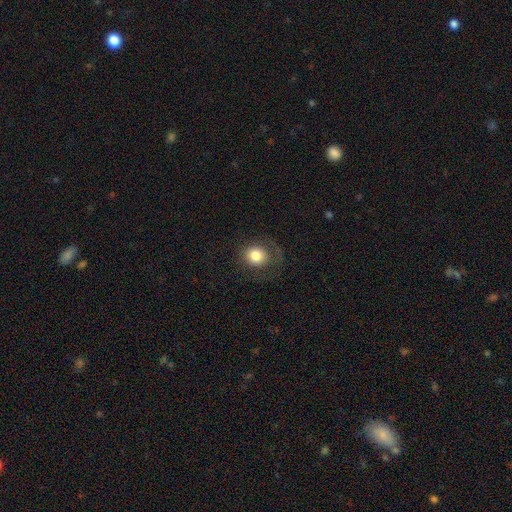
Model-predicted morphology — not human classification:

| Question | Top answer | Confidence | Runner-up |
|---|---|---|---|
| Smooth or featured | smooth | 77% | featured or disk (13%) |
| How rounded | round | 80% | in between (19%) |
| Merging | none | 69% | minor disturbance (16%) |